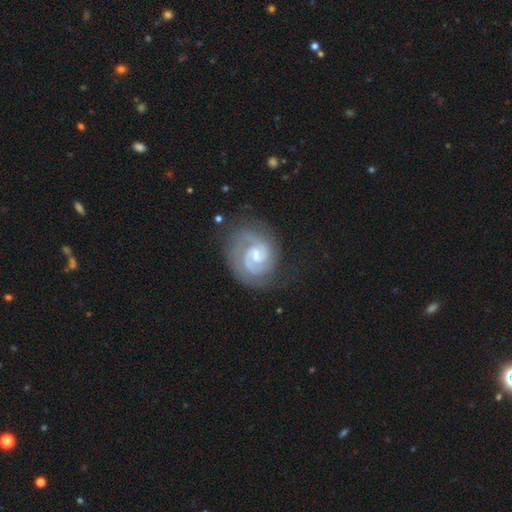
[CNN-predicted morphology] Smooth or featured? Predicted: featured or disk (p=0.89). Edge-on disk? Predicted: no (p=0.98). Bar? Predicted: weak (p=0.54). Spiral arms? Predicted: yes (p=0.98). Spiral winding? Predicted: tight (p=0.51). Spiral arm count? Predicted: 2 (p=0.81). Bulge size? Predicted: small (p=0.49). Merging? Predicted: none (p=0.73).